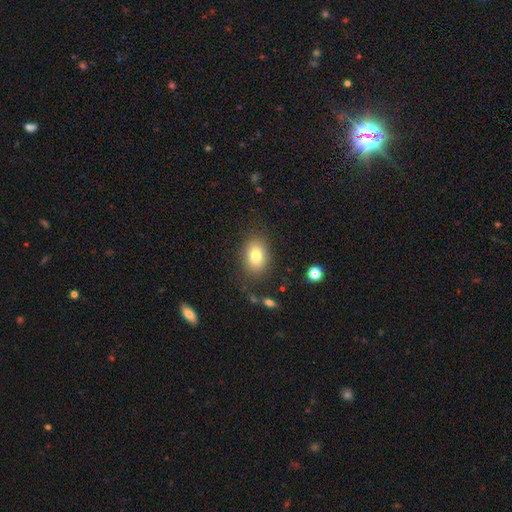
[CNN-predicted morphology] A smooth galaxy with no disk features (79%) that is in between round and cigar-shaped (71%).

Vote fractions:
- Smooth or featured? smooth: 79% / featured or disk: 11% / star or artifact: 10%
- How rounded? in between: 71% / round: 28% / cigar-shaped: 1%
- Merging? none: 81% / minor disturbance: 12% / major disturbance: 5% / merger: 2%